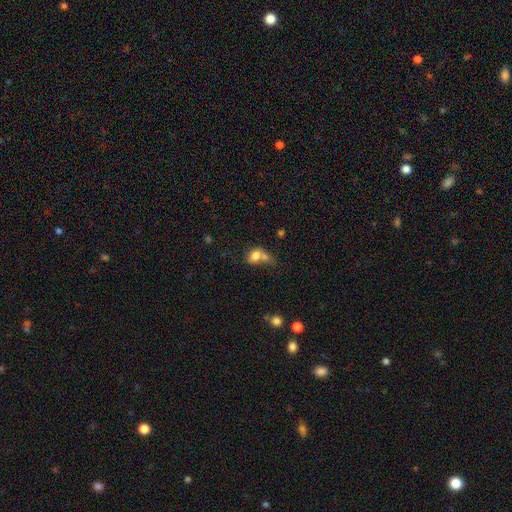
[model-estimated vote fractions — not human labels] This is likely a smooth galaxy (74%). How rounded: possibly in between (54%). Merging: possibly merger (58%).